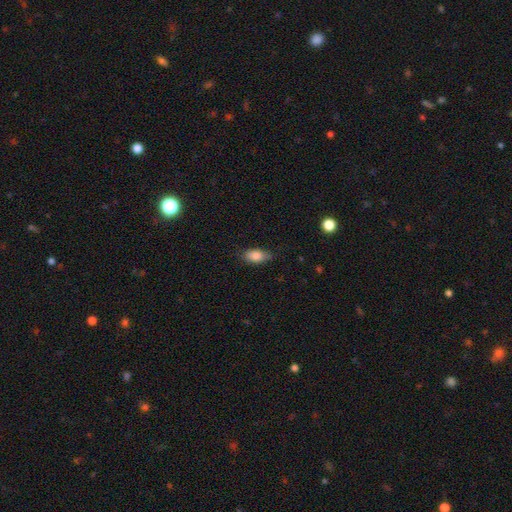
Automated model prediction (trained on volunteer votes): Smooth or featured?
  - smooth: 83% *
  - featured or disk: 9%
  - star or artifact: 8%
How rounded?
  - in between: 86% *
  - cigar-shaped: 9%
  - round: 5%
Merging?
  - none: 75% *
  - minor disturbance: 19%
  - major disturbance: 4%
  - merger: 1%